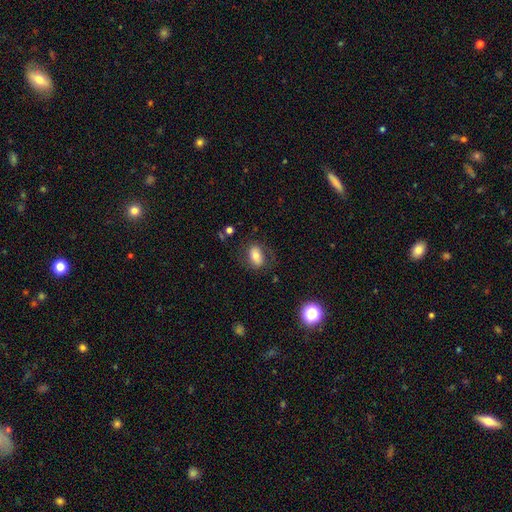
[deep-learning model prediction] This appears to be a smooth galaxy with no disk features (69%) that is in between round and cigar-shaped (86%). Merging: none (72%).